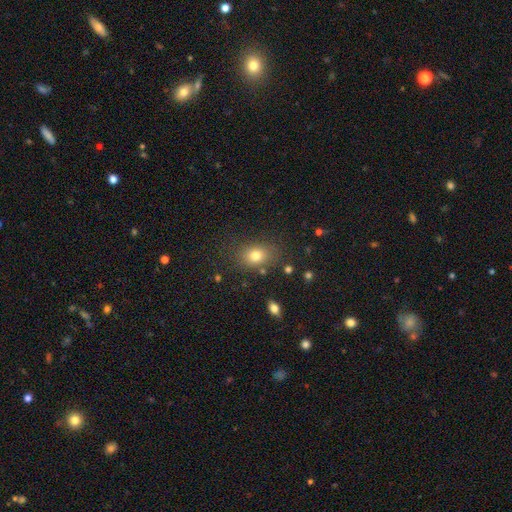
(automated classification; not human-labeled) smooth-or-featured: smooth: 77% | star or artifact: 13% | featured or disk: 10%
  how-rounded: in between: 63% | round: 35% | cigar-shaped: 1%
  merging: none: 78% | minor disturbance: 14% | major disturbance: 5% | merger: 4%